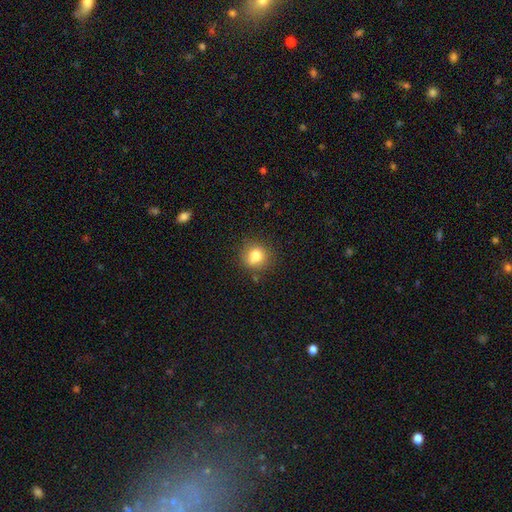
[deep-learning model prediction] Smooth or featured? smooth (77%)
How rounded? round (83%)
Merging? none (68%)